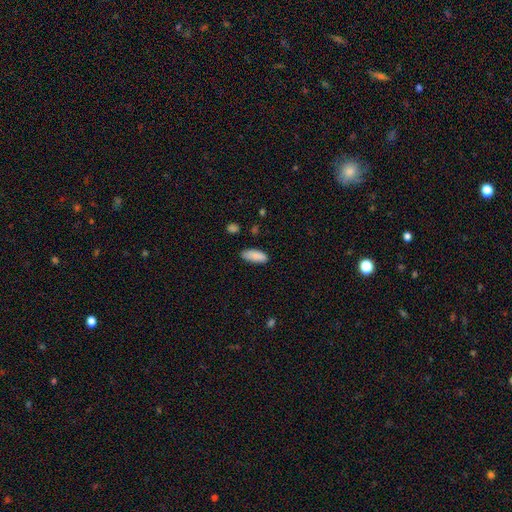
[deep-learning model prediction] Smooth or featured? smooth (88%)
How rounded? in between (80%)
Merging? none (80%)